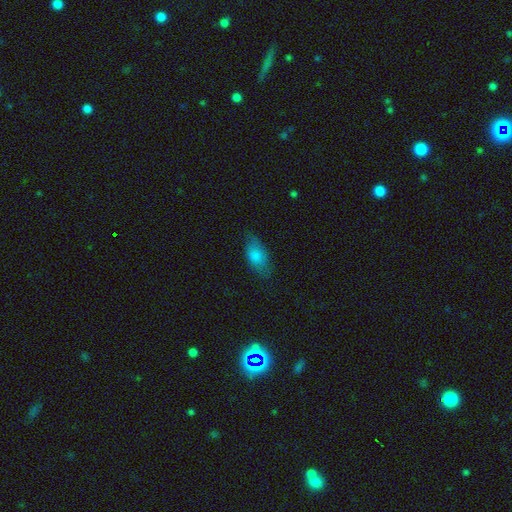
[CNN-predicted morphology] Smooth or featured? smooth (73%)
How rounded? in between (86%)
Merging? none (76%)